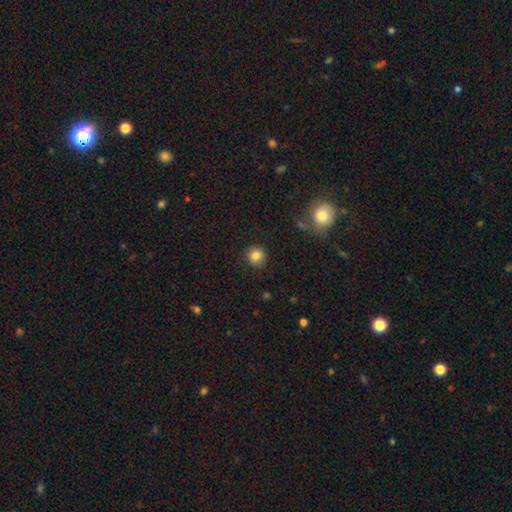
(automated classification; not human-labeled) This is clearly a smooth galaxy (84%). How rounded: clearly round (90%). Merging: clearly none (88%).